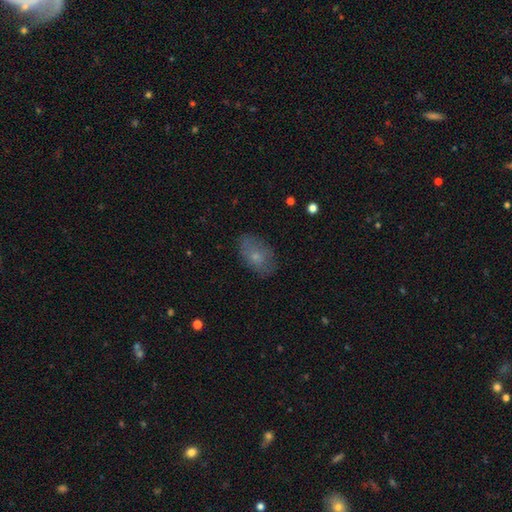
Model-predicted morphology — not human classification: The model was most divided on "smooth or featured": smooth: 68%, featured or disk: 23%, star or artifact: 9%. More confident: how rounded — in between (89%); merging — none (75%).